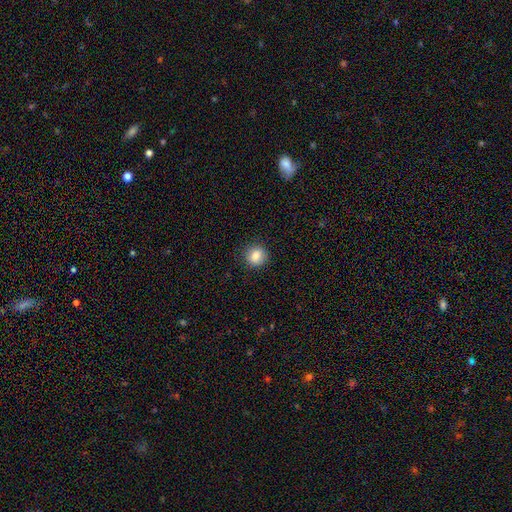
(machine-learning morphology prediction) Q: Smooth or featured?
A: smooth (81%); runner-up: star or artifact (10%)
Q: How rounded?
A: round (90%); runner-up: in between (9%)
Q: Merging?
A: none (89%); runner-up: minor disturbance (8%)